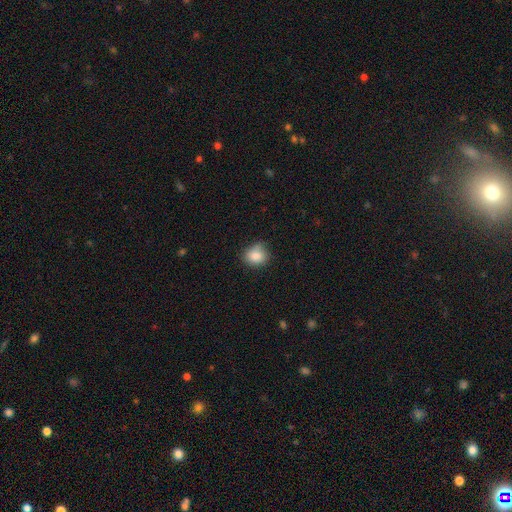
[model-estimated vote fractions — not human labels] Smooth or featured? smooth (85%)
How rounded? round (73%)
Merging? none (66%)